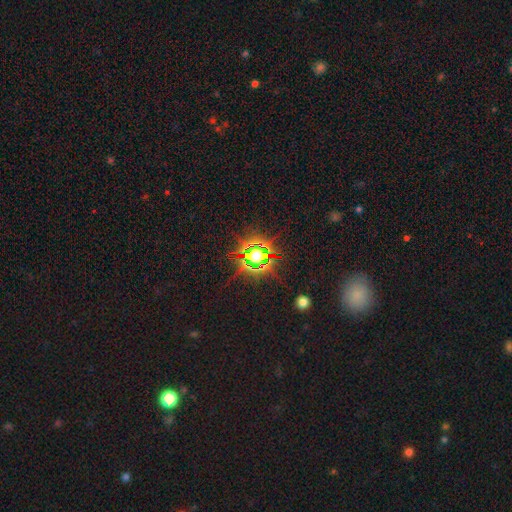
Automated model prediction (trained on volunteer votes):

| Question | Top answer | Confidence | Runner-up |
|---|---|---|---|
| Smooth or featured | star or artifact | 70% | smooth (18%) |